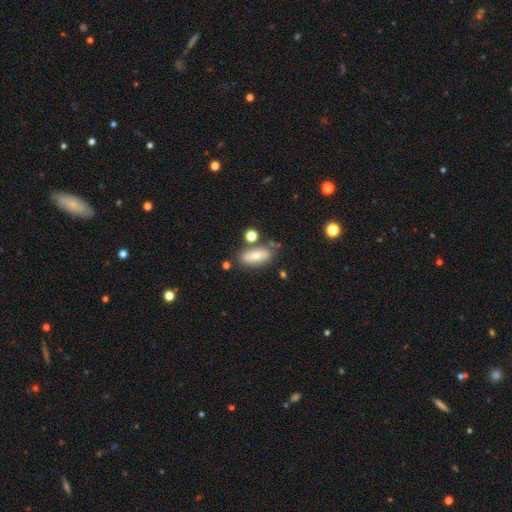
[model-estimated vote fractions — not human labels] Smooth or featured? smooth (68%)
How rounded? in between (77%)
Merging? none (73%)